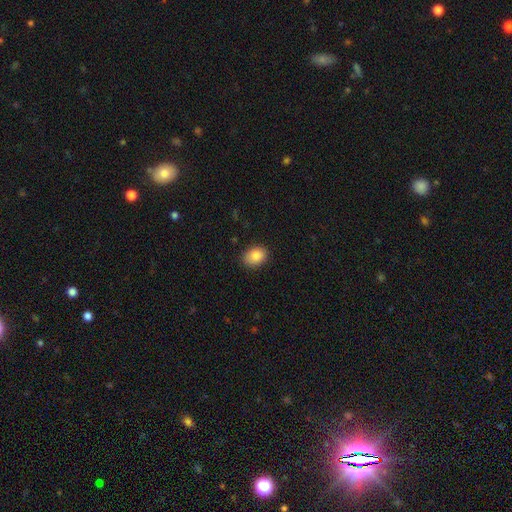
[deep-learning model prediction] smooth 86%, star or artifact 8%, featured or disk 6%. Down the decision tree: how rounded — in between (72%); merging — none (86%).